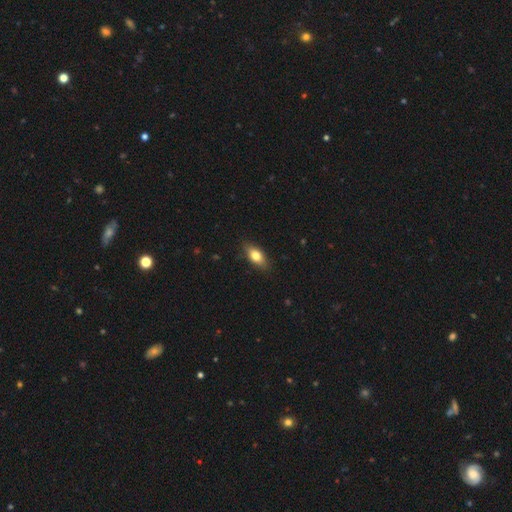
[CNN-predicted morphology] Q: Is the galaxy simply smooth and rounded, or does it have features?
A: smooth — 76%.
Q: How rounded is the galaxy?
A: in between — 83%.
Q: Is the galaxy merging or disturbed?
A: none — 85%.